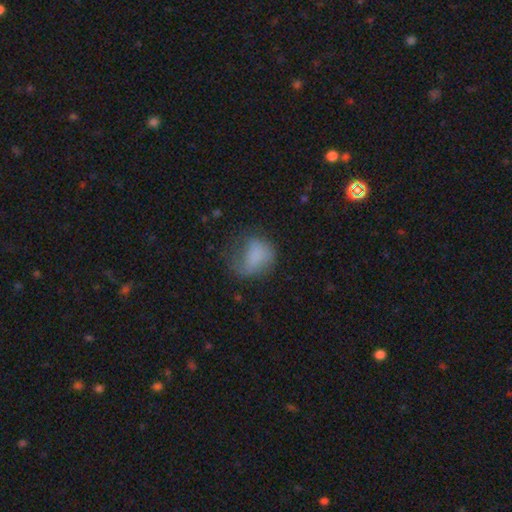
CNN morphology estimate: Smooth or featured?
  - smooth: 70% *
  - featured or disk: 20%
  - star or artifact: 10%
How rounded?
  - in between: 53% *
  - round: 46%
  - cigar-shaped: 2%
Merging?
  - major disturbance: 35% *
  - none: 33%
  - minor disturbance: 29%
  - merger: 2%